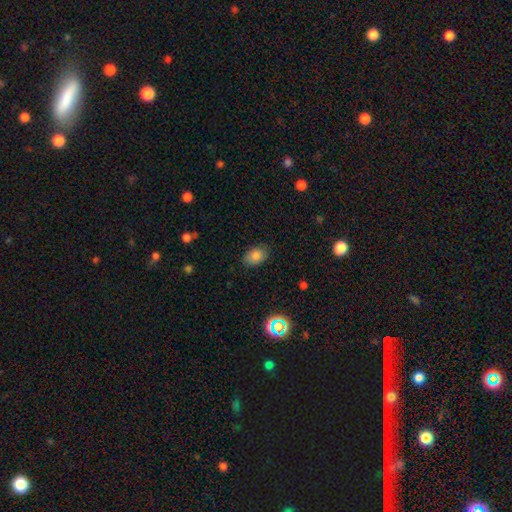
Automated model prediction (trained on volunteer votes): smooth_or_featured: smooth (p=0.83) [alt: star or artifact p=0.10]
how_rounded: in between (p=0.79) [alt: round p=0.20]
merging: none (p=0.81) [alt: minor disturbance p=0.14]